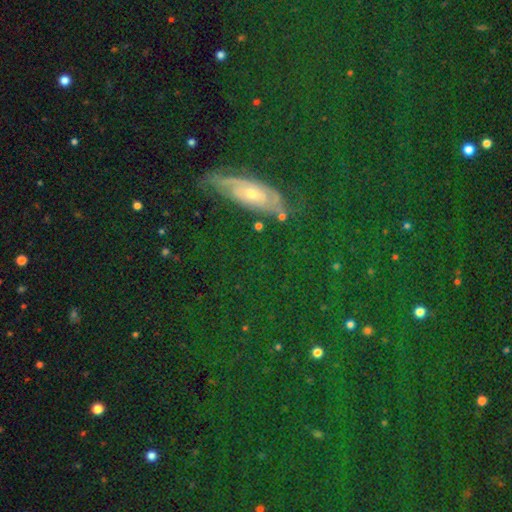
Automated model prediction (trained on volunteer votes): This appears to be a star or artifact, not a galaxy (45%).